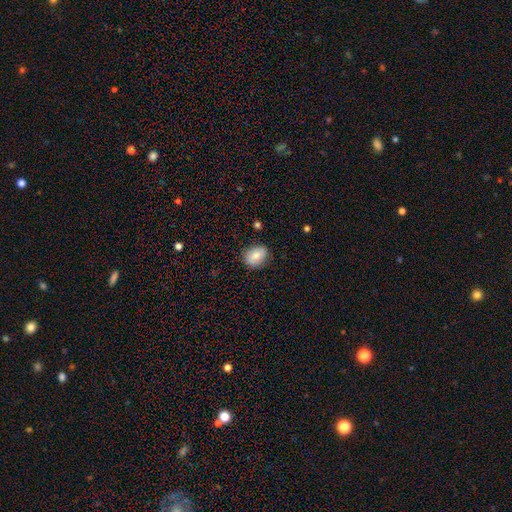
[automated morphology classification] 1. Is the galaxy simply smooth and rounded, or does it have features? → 78% smooth, 14% featured or disk, 8% star or artifact.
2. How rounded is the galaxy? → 63% in between, 36% round, 1% cigar-shaped.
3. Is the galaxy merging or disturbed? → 83% none, 13% minor disturbance, 3% major disturbance, 1% merger.